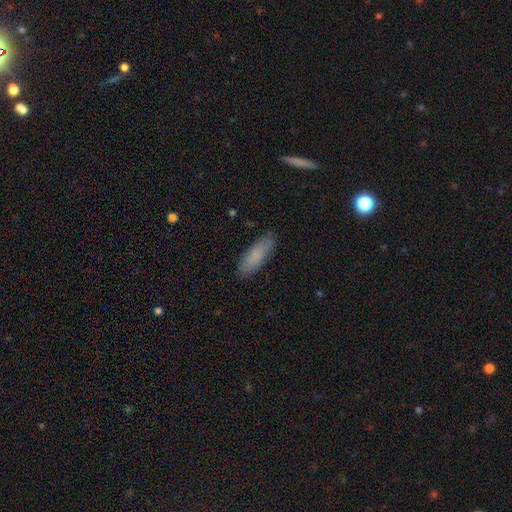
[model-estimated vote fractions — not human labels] Morphology: type=smooth (82%); roundness=in between (51%); merging=none (84%).